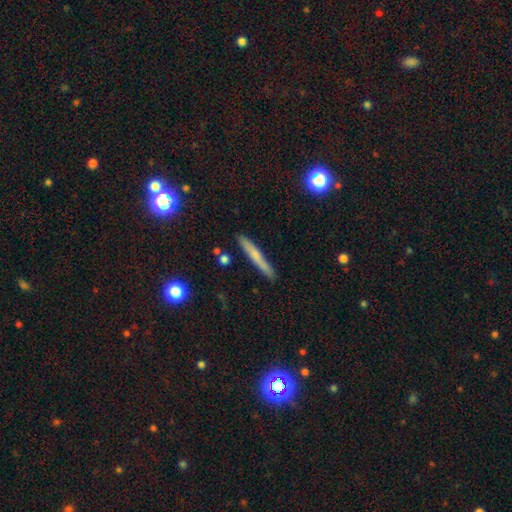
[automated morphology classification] smooth_or_featured: smooth (p=0.58) [alt: featured or disk p=0.34]
how_rounded: cigar-shaped (p=0.95) [alt: in between p=0.03]
merging: none (p=0.89) [alt: minor disturbance p=0.08]